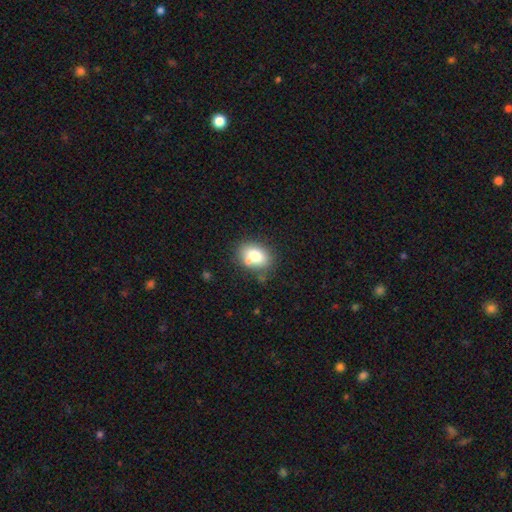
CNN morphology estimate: This appears to be a smooth galaxy with no disk features (74%) that is in between round and cigar-shaped (70%). Merging: none (62%).